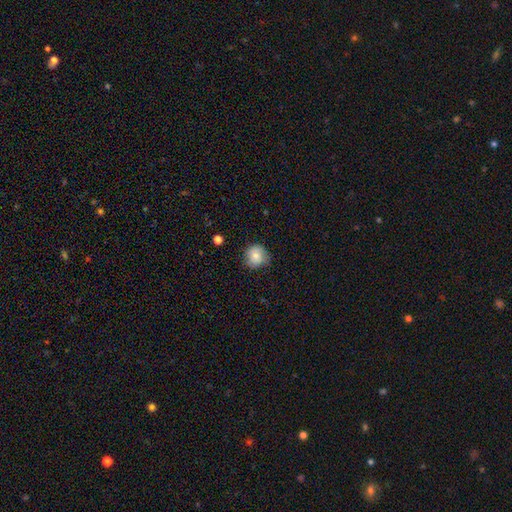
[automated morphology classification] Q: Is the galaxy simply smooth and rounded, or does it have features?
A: smooth — 78%.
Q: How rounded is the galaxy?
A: round — 88%.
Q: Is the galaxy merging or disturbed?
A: none — 72%.